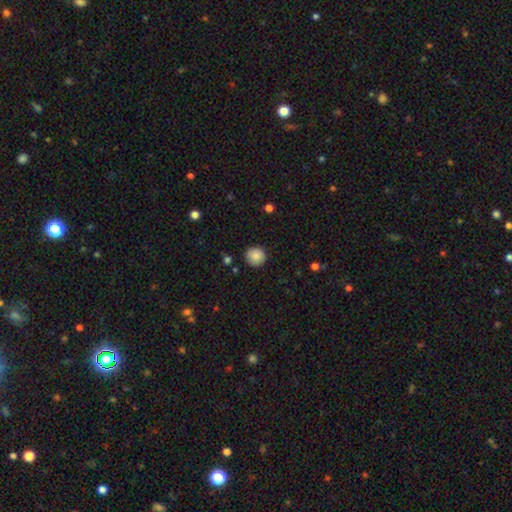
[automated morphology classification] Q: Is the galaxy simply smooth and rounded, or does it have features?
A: smooth — 87%.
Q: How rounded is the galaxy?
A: round — 94%.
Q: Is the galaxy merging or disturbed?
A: none — 90%.